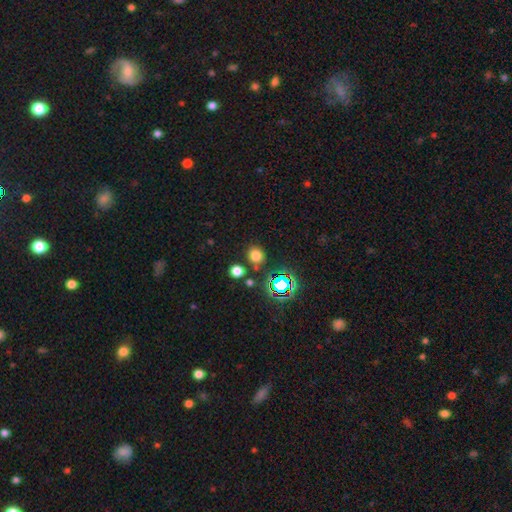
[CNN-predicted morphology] Smooth or featured? Predicted: smooth (p=0.69). How rounded? Predicted: round (p=0.83). Merging? Predicted: none (p=0.80).